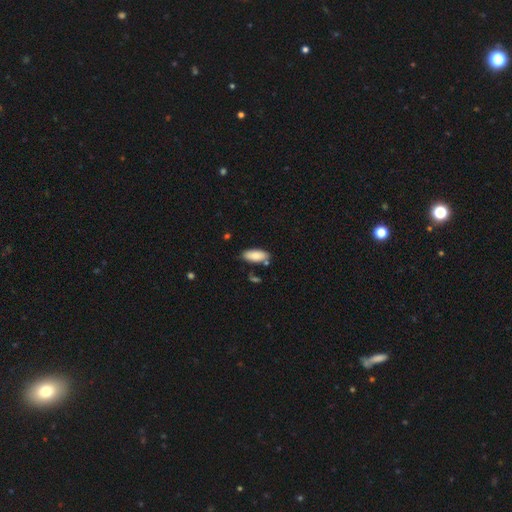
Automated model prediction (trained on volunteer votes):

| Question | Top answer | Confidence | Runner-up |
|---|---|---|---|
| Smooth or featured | smooth | 87% | featured or disk (7%) |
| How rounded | in between | 84% | cigar-shaped (14%) |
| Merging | none | 77% | minor disturbance (15%) |